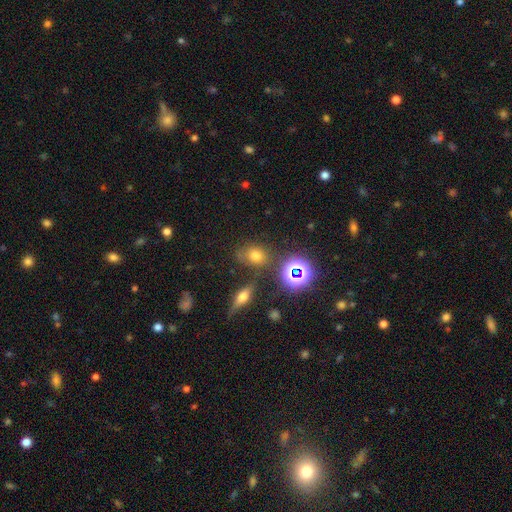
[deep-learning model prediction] smooth_or_featured: smooth (p=0.64) [alt: star or artifact p=0.25]
how_rounded: in between (p=0.54) [alt: round p=0.44]
merging: none (p=0.70) [alt: minor disturbance p=0.15]